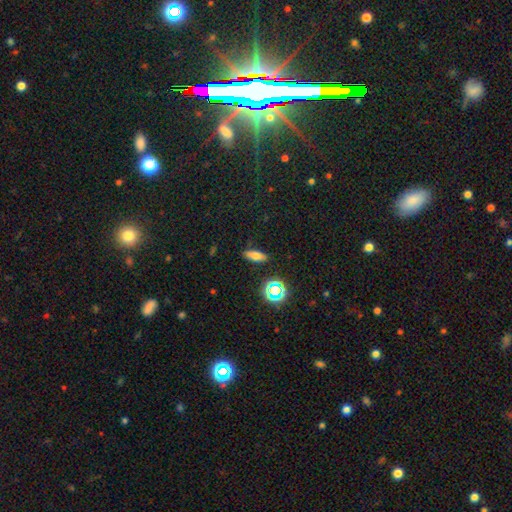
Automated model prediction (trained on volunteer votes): smooth-or-featured: smooth: 65% | featured or disk: 18% | star or artifact: 17%
  how-rounded: in between: 64% | cigar-shaped: 29% | round: 7%
  merging: none: 84% | minor disturbance: 11% | major disturbance: 3% | merger: 2%